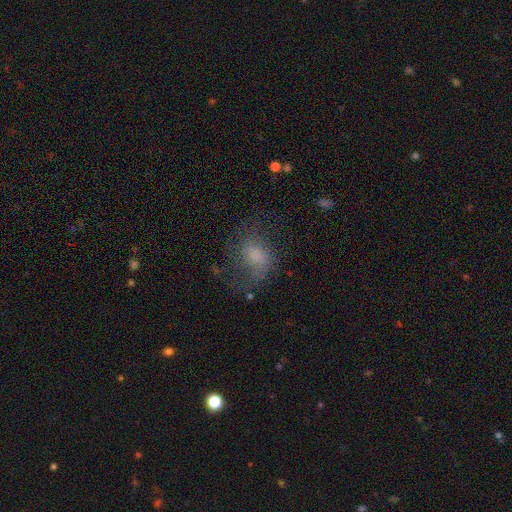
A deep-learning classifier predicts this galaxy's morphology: Smooth or featured?
  - smooth: 52% *
  - featured or disk: 34%
  - star or artifact: 14%
How rounded?
  - in between: 60% *
  - round: 38%
  - cigar-shaped: 2%
Merging?
  - none: 46% *
  - major disturbance: 30%
  - minor disturbance: 22%
  - merger: 2%